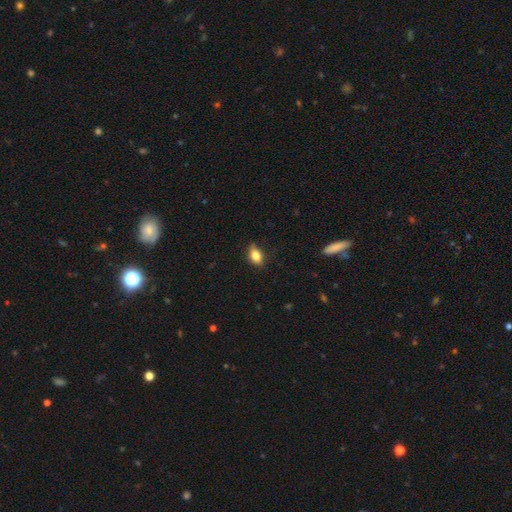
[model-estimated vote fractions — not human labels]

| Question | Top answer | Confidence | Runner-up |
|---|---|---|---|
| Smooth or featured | smooth | 82% | featured or disk (10%) |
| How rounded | in between | 85% | round (11%) |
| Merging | none | 75% | minor disturbance (20%) |